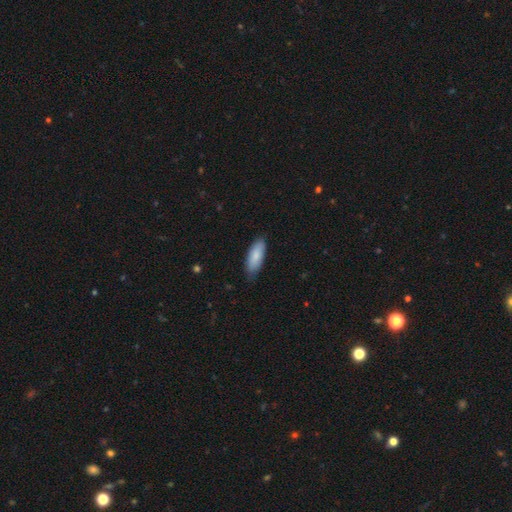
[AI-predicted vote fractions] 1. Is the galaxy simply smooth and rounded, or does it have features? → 84% smooth, 10% featured or disk, 5% star or artifact.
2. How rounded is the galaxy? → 73% in between, 26% cigar-shaped, 2% round.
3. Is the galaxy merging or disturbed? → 79% none, 18% minor disturbance, 3% major disturbance, 1% merger.